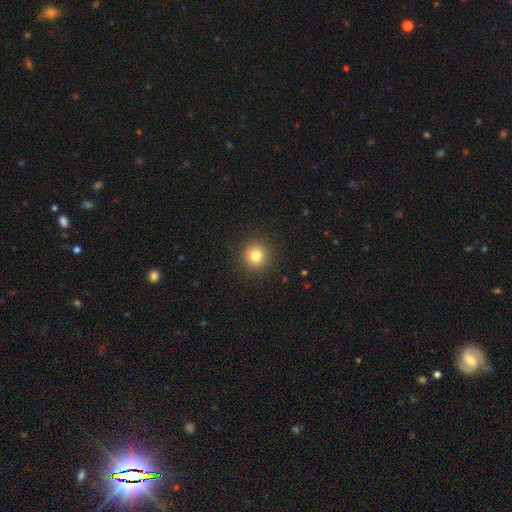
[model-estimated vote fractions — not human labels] smooth_or_featured: smooth (p=0.80) [alt: star or artifact p=0.12]
how_rounded: round (p=0.94) [alt: in between p=0.05]
merging: none (p=0.92) [alt: minor disturbance p=0.05]